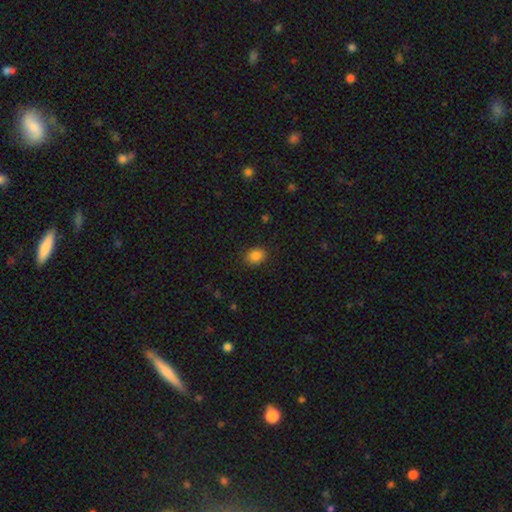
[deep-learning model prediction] Overall: smooth (85%). How rounded: in between (50%; round 49%). Merging: none (88%).